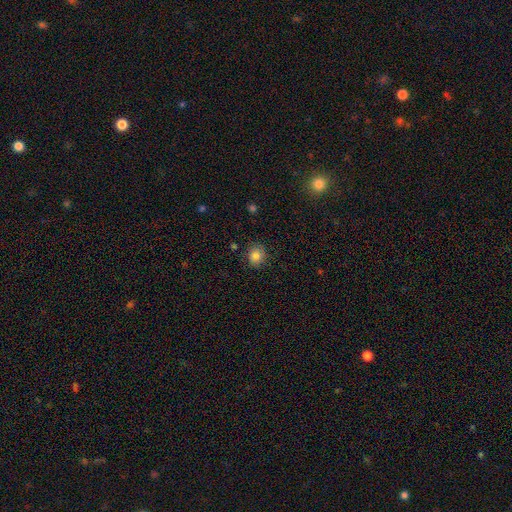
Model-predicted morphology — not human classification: This is clearly a smooth galaxy (84%). How rounded: likely round (74%). Merging: clearly none (80%).